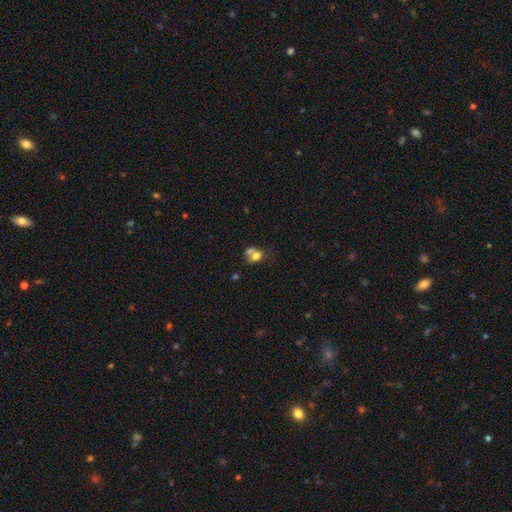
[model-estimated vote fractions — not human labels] Smooth or featured? Predicted: smooth (p=0.72). How rounded? Predicted: in between (p=0.55). Merging? Predicted: merger (p=0.52).